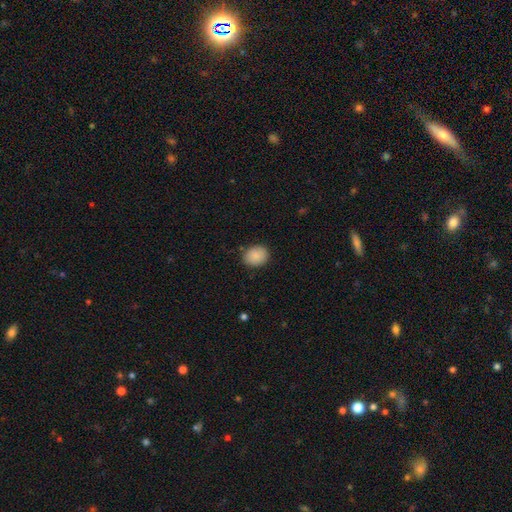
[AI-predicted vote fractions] Smooth or featured?
  - smooth: 89% *
  - star or artifact: 7%
  - featured or disk: 4%
How rounded?
  - round: 56% *
  - in between: 43%
  - cigar-shaped: 1%
Merging?
  - none: 85% *
  - minor disturbance: 11%
  - major disturbance: 3%
  - merger: 1%